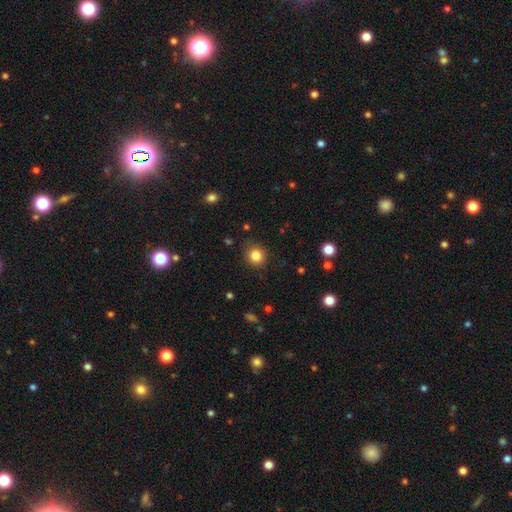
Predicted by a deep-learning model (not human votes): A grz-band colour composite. It shows a smooth galaxy with no disk features (84%) that is round (89%). Merging: none (88%).